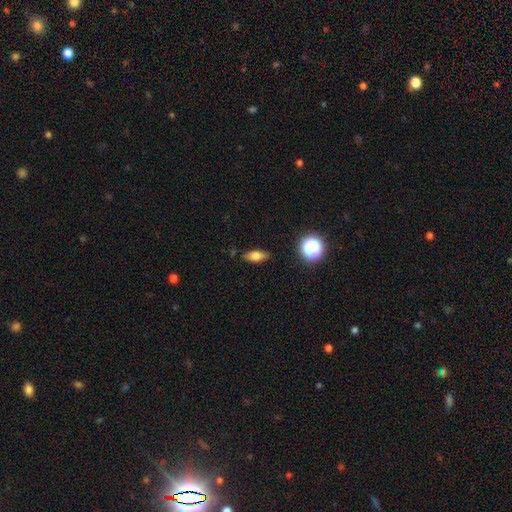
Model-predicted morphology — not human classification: This is likely a smooth galaxy (70%). How rounded: likely in between (73%). Merging: clearly none (83%).